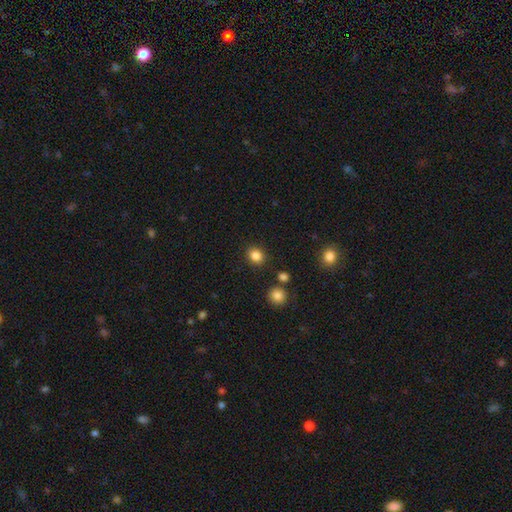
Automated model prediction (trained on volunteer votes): A smooth galaxy with no disk features (85%) that is round (69%). Merging: none (87%).